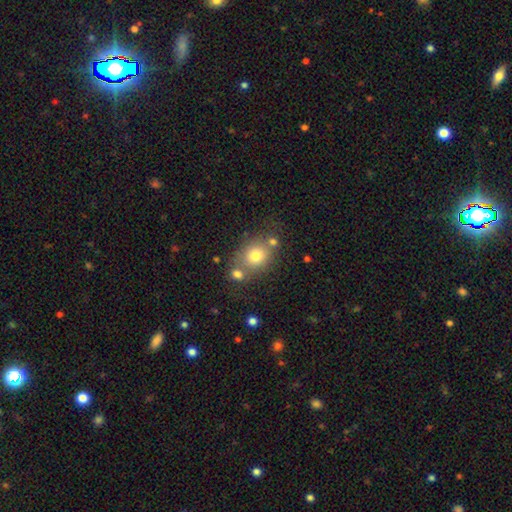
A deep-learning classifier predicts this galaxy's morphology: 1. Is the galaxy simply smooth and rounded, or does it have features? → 74% smooth, 14% featured or disk, 12% star or artifact.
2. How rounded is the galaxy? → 55% round, 44% in between, 1% cigar-shaped.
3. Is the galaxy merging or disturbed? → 57% none, 23% merger, 14% minor disturbance, 6% major disturbance.